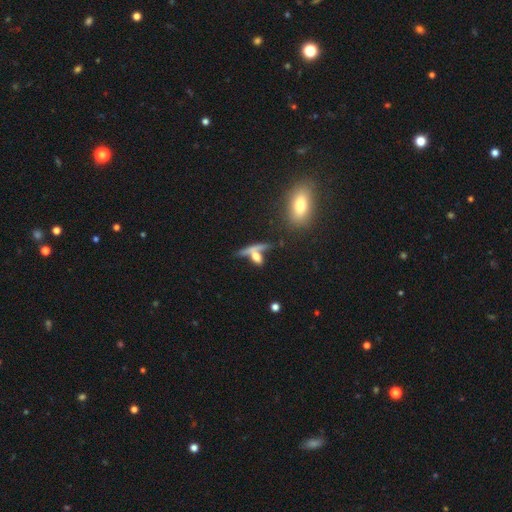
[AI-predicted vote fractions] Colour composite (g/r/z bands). It shows a smooth galaxy with no disk features (51%) that is cigar-shaped (45%). Merging: merger (39%).